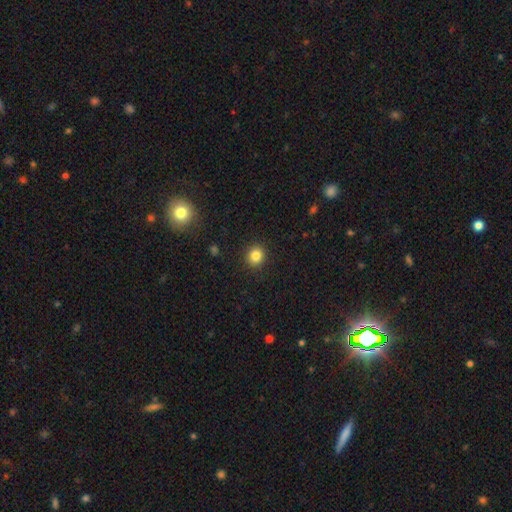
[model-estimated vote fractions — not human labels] Overall: smooth (84%). How rounded: round (85%). Merging: none (91%).